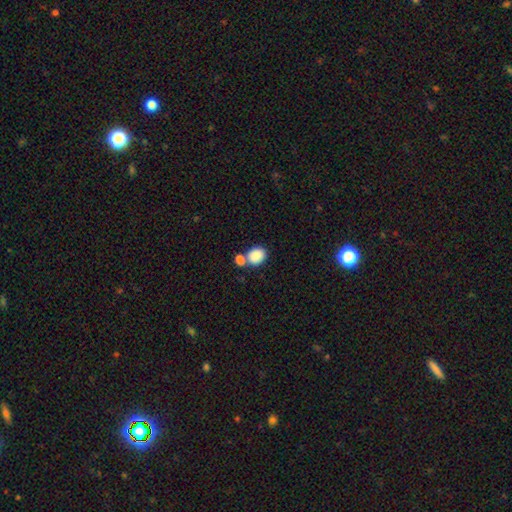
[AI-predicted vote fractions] smooth 87%, star or artifact 8%, featured or disk 5%. Down the decision tree: how rounded — in between (54%); merging — none (53%).